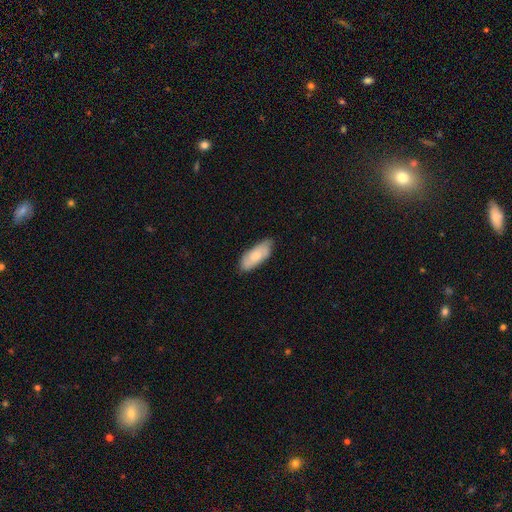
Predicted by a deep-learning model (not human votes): A smooth galaxy with no disk features (68%) that is in between round and cigar-shaped (80%).

Vote fractions:
- Smooth or featured? smooth: 68% / featured or disk: 26% / star or artifact: 6%
- How rounded? in between: 80% / cigar-shaped: 18% / round: 2%
- Merging? none: 74% / minor disturbance: 21% / major disturbance: 3% / merger: 1%